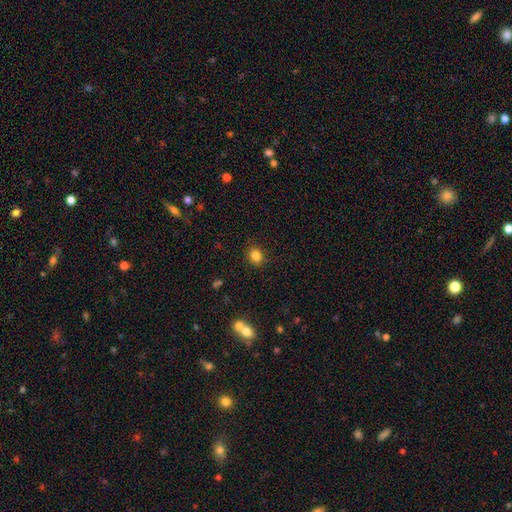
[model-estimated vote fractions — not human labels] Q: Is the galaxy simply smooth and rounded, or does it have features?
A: smooth — 83%.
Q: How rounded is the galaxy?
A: round — 68%.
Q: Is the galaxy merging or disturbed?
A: none — 88%.